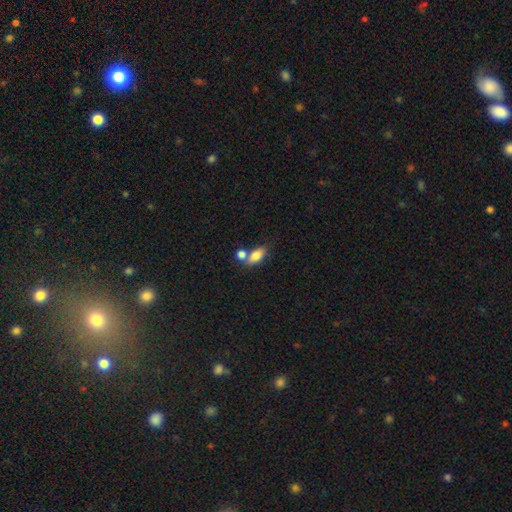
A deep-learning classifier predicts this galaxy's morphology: Smooth or featured?
  - smooth: 82% *
  - featured or disk: 10%
  - star or artifact: 8%
How rounded?
  - in between: 86% *
  - round: 8%
  - cigar-shaped: 6%
Merging?
  - none: 44% *
  - merger: 39%
  - minor disturbance: 12%
  - major disturbance: 5%